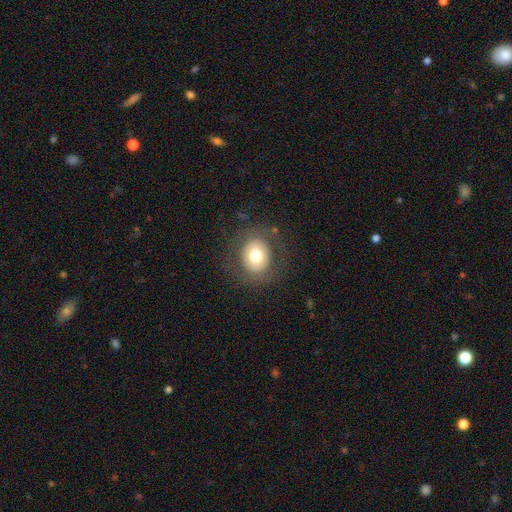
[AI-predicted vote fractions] This is likely a smooth galaxy (69%). How rounded: likely round (71%). Merging: clearly none (80%).